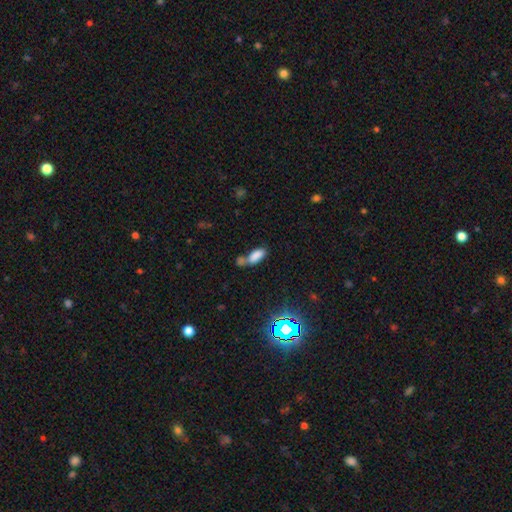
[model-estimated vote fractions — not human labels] The model was most divided on "merging": merger: 47%, none: 34%, minor disturbance: 13%, major disturbance: 6%. More confident: how rounded — in between (83%); smooth or featured — smooth (79%).